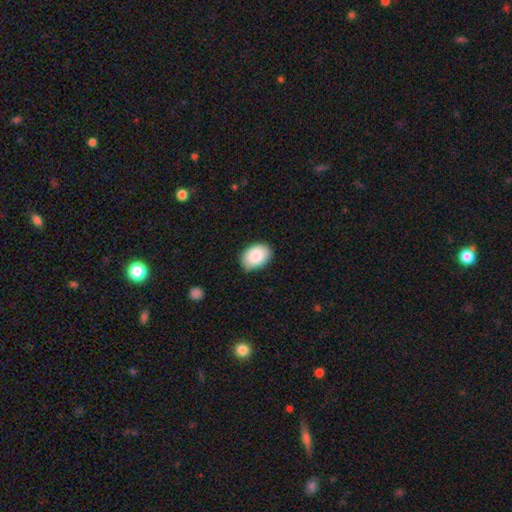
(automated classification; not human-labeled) smooth 87%, star or artifact 7%, featured or disk 6%. Down the decision tree: how rounded — in between (81%); merging — none (76%).